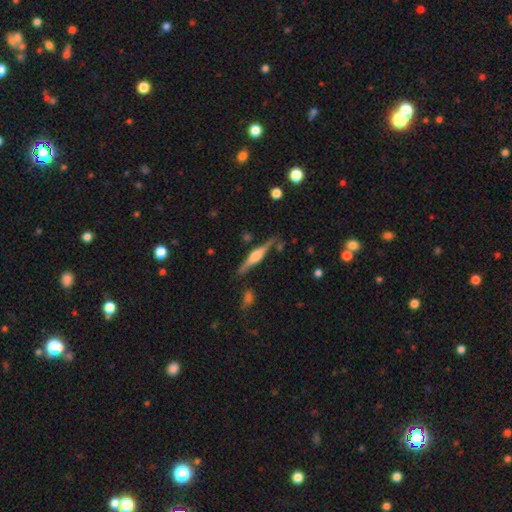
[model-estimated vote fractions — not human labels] A featured or disk galaxy (72%) viewed edge-on (98%) with a rounded central bulge (79%). Merging: none (82%).